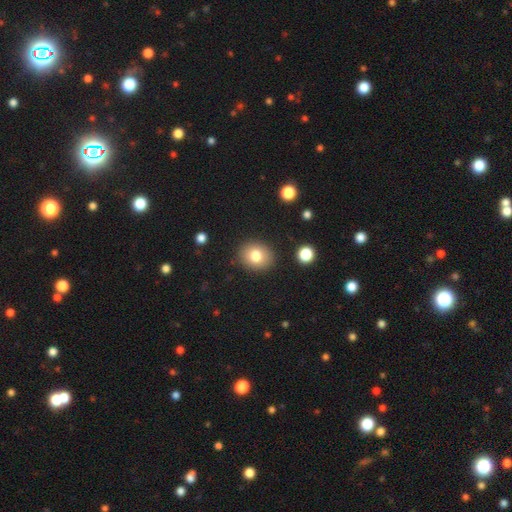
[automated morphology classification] Smooth or featured? Predicted: smooth (p=0.79). How rounded? Predicted: round (p=0.65). Merging? Predicted: none (p=0.88).